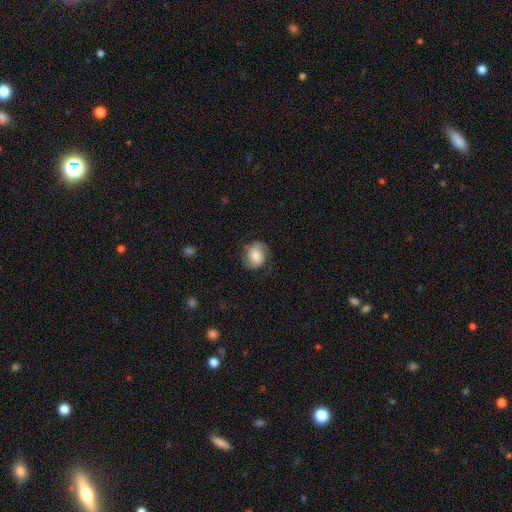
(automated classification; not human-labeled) smooth_or_featured: smooth (p=0.52) [alt: featured or disk p=0.40]
how_rounded: round (p=0.61) [alt: in between p=0.38]
merging: none (p=0.68) [alt: minor disturbance p=0.20]